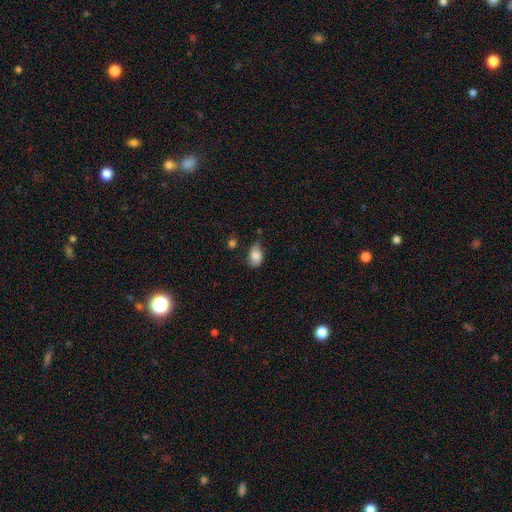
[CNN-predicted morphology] Smooth or featured? smooth (77%)
How rounded? in between (82%)
Merging? minor disturbance (42%)